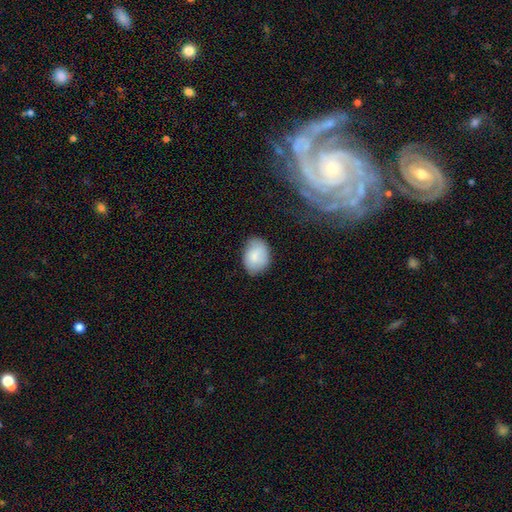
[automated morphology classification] This appears to be a smooth galaxy with no disk features (83%) that is in between round and cigar-shaped (73%). Merging: none (77%).